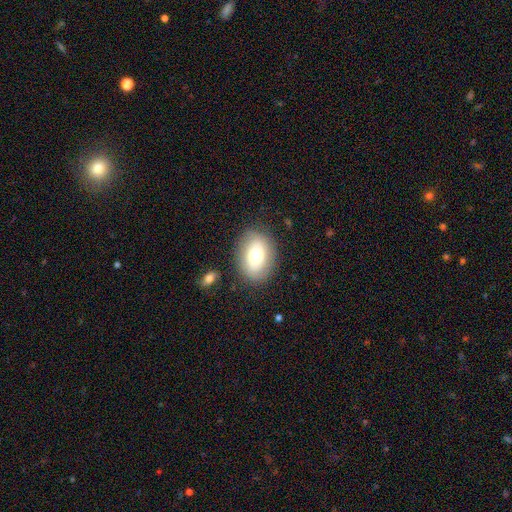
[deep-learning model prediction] smooth-or-featured: smooth: 68% | featured or disk: 24% | star or artifact: 9%
  how-rounded: in between: 72% | round: 27% | cigar-shaped: 1%
  merging: none: 82% | minor disturbance: 12% | major disturbance: 4% | merger: 2%